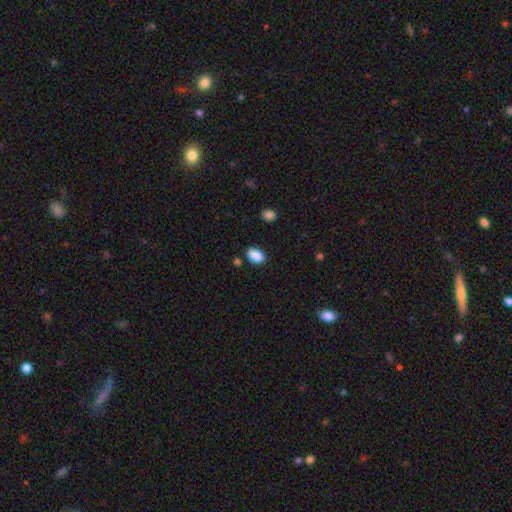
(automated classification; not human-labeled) smooth_or_featured: smooth (p=0.86) [alt: star or artifact p=0.09]
how_rounded: in between (p=0.84) [alt: round p=0.14]
merging: none (p=0.74) [alt: minor disturbance p=0.17]